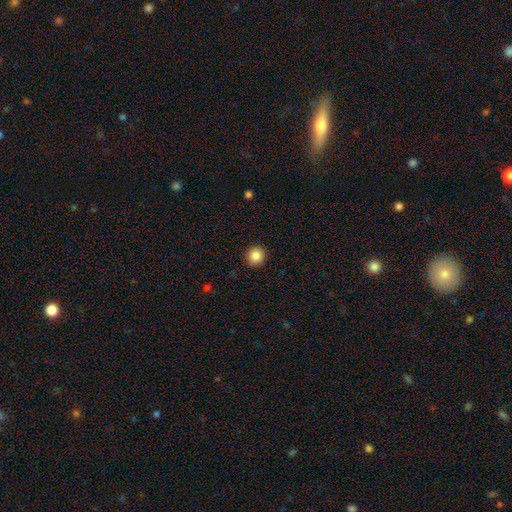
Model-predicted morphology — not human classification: This is clearly a smooth galaxy (86%). How rounded: clearly round (92%). Merging: clearly none (91%).